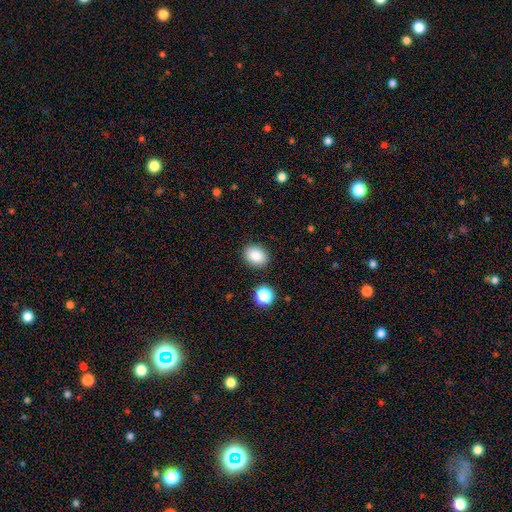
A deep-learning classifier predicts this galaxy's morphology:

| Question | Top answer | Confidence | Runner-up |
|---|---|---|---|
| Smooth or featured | smooth | 86% | star or artifact (9%) |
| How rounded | in between | 60% | round (39%) |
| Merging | none | 86% | minor disturbance (9%) |